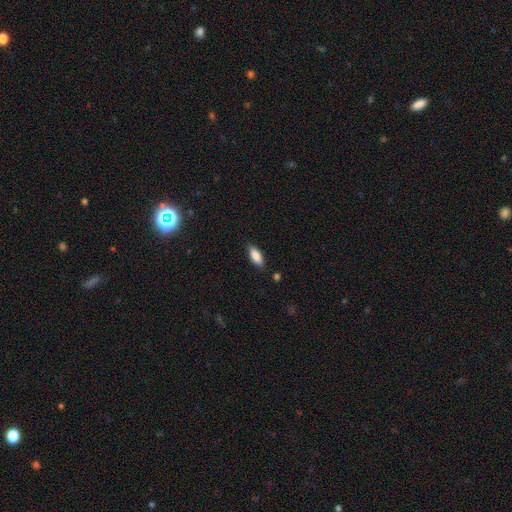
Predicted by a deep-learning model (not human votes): This is clearly a smooth galaxy (85%). How rounded: likely in between (78%). Merging: clearly none (85%).